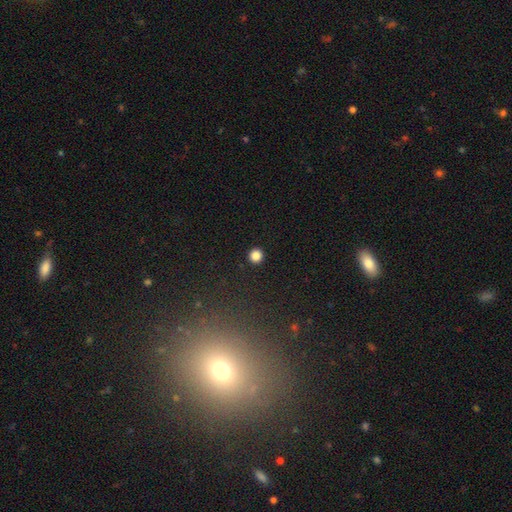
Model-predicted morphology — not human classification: The model was most divided on "smooth or featured": smooth: 84%, star or artifact: 12%, featured or disk: 3%. More confident: how rounded — round (95%); merging — none (93%).